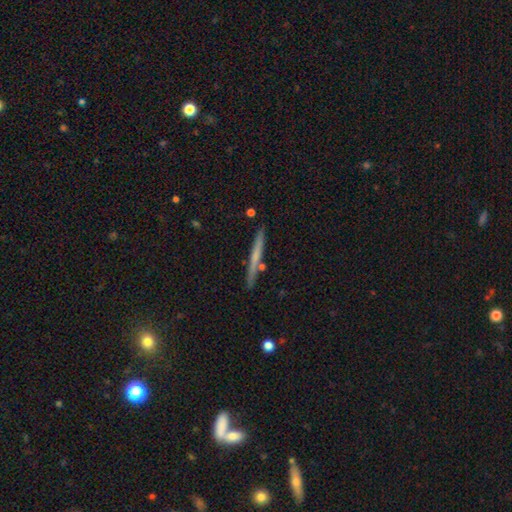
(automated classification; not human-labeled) Overall: smooth (48%; featured or disk 45%). Merging: none (86%).